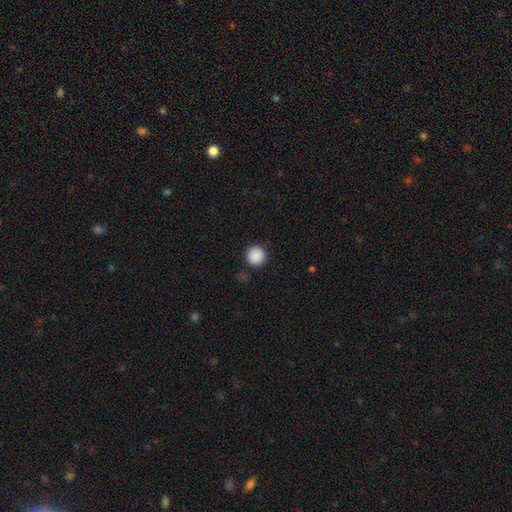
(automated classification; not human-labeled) The model was most divided on "smooth or featured": smooth: 89%, star or artifact: 9%, featured or disk: 3%. More confident: how rounded — round (94%); merging — none (89%).